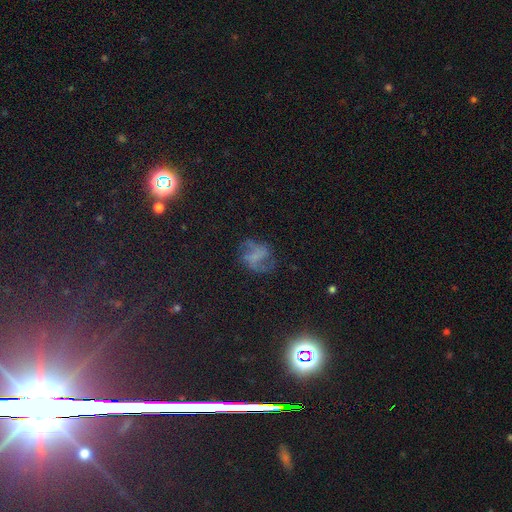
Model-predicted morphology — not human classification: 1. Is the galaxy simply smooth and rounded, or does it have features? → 54% featured or disk, 27% smooth, 19% star or artifact.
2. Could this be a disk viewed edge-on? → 97% no, 3% yes.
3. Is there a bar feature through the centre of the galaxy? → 45% no, 37% weak, 18% strong.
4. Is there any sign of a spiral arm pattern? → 79% yes, 21% no.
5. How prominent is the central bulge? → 66% none, 17% small, 10% moderate, 5% large, 2% dominant.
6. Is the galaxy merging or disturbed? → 56% none, 21% major disturbance, 21% minor disturbance, 3% merger.